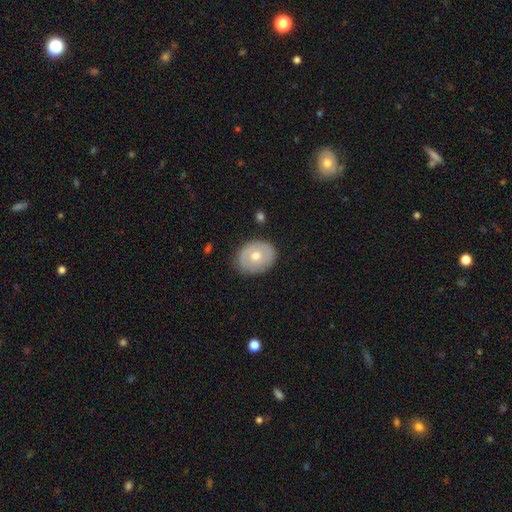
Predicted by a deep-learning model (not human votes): Smooth or featured? smooth (48%)
Merging? none (84%)